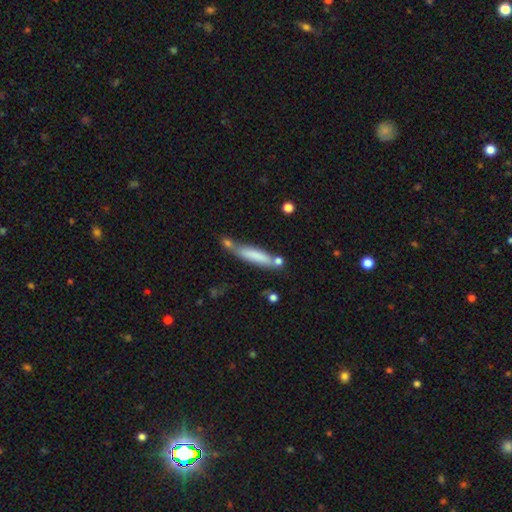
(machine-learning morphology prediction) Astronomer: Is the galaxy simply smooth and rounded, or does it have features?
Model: smooth — 73%.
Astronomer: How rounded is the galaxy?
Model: cigar-shaped — 83%.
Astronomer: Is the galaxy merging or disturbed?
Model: none — 47% (runner-up: merger, 24%).